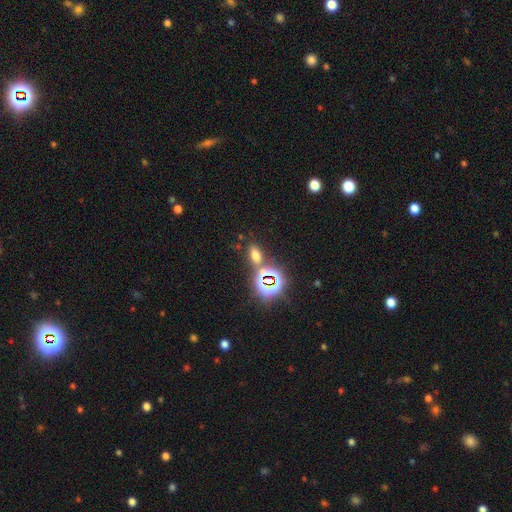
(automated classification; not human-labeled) smooth 54%, star or artifact 37%, featured or disk 9%. Down the decision tree: how rounded — in between (77%); merging — none (73%).